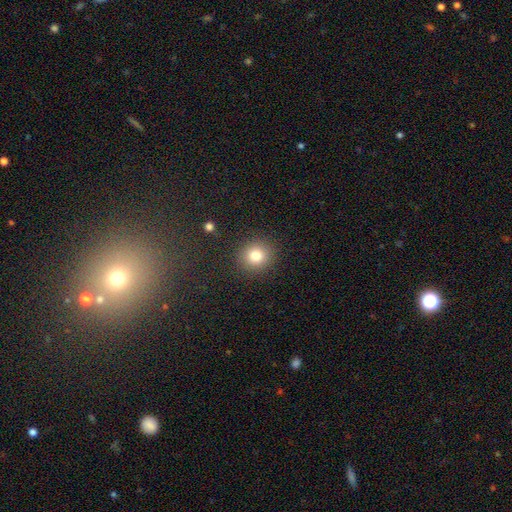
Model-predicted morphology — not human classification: Smooth or featured? smooth (80%)
How rounded? round (88%)
Merging? none (89%)